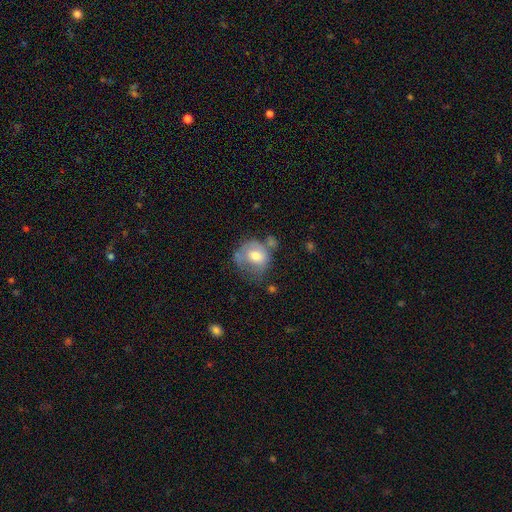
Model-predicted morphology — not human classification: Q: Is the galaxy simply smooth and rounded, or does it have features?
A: smooth — 59%.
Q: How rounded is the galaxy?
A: round — 66%.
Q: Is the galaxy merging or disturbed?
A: none — 33%.